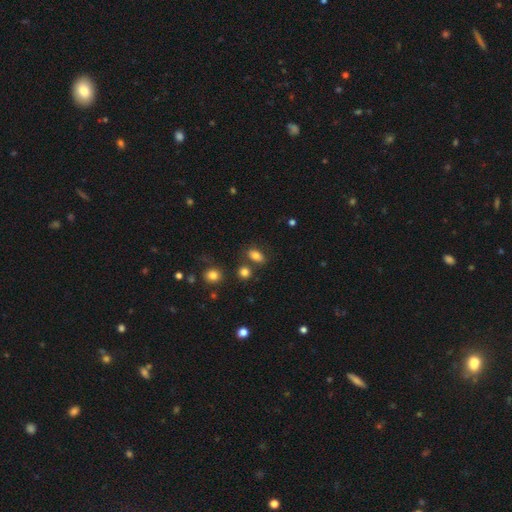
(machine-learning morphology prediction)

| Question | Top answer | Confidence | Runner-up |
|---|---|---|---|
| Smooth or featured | smooth | 81% | star or artifact (12%) |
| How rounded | in between | 83% | round (14%) |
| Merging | none | 73% | minor disturbance (13%) |